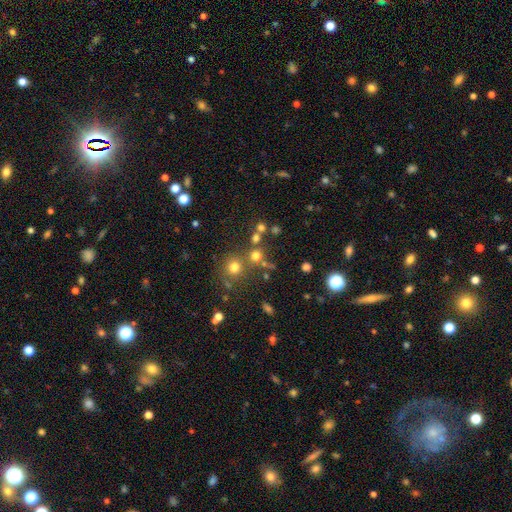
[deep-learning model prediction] The model was most divided on "merging": none: 65%, merger: 22%, minor disturbance: 8%, major disturbance: 4%. More confident: how rounded — round (90%); smooth or featured — smooth (67%).